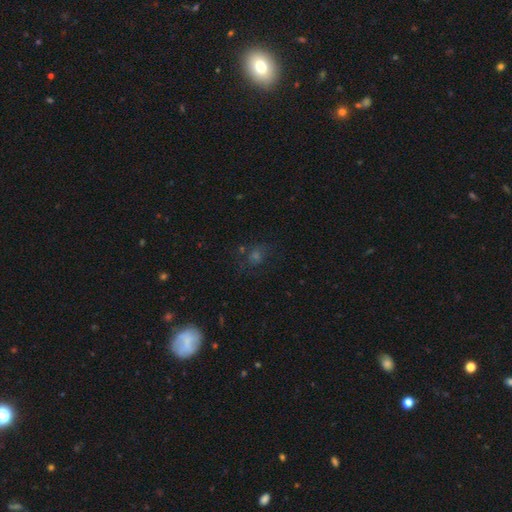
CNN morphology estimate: Smooth or featured? smooth (40%)
Merging? none (68%)